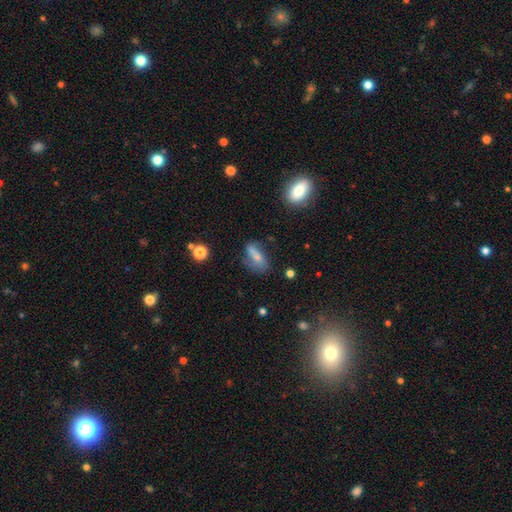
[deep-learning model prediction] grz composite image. It shows a smooth galaxy with no disk features (60%) that is in between round and cigar-shaped (75%). Merging: none (46%).